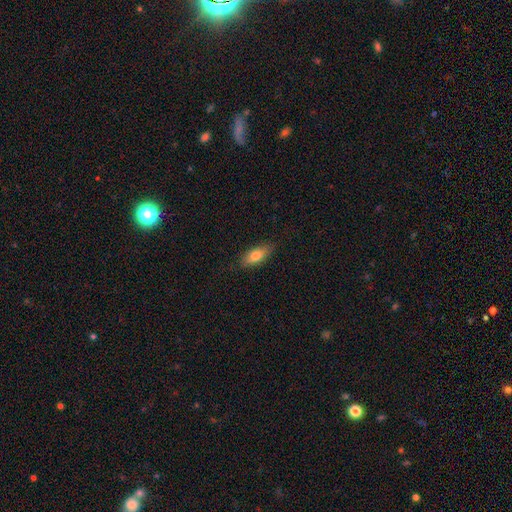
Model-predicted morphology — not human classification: This appears to be a smooth galaxy with no disk features (79%) that is in between round and cigar-shaped (77%). Merging: none (83%).